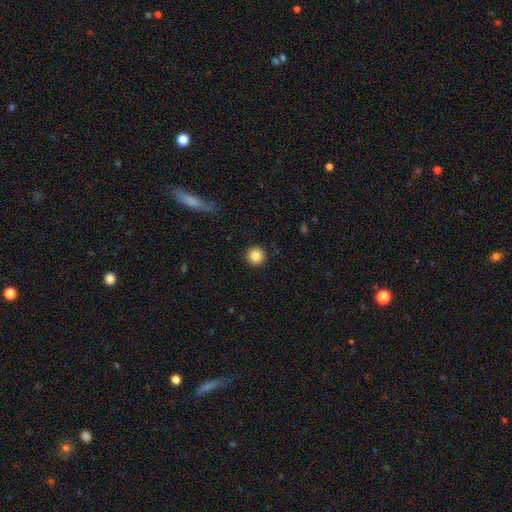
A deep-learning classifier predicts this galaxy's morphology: A smooth galaxy with no disk features (86%) that is round (96%).

Vote fractions:
- Smooth or featured? smooth: 86% / star or artifact: 9% / featured or disk: 4%
- How rounded? round: 96% / in between: 3% / cigar-shaped: 1%
- Merging? none: 91% / minor disturbance: 6% / major disturbance: 2% / merger: 1%